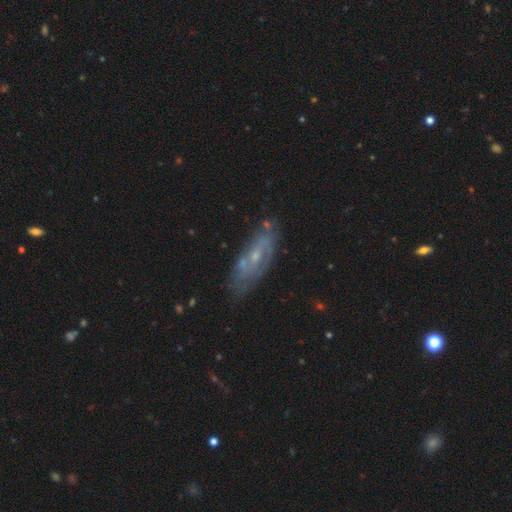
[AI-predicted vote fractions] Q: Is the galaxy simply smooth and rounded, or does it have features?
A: featured or disk — 63%.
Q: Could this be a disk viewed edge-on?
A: no — 78%.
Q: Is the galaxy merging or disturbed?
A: none — 71%.